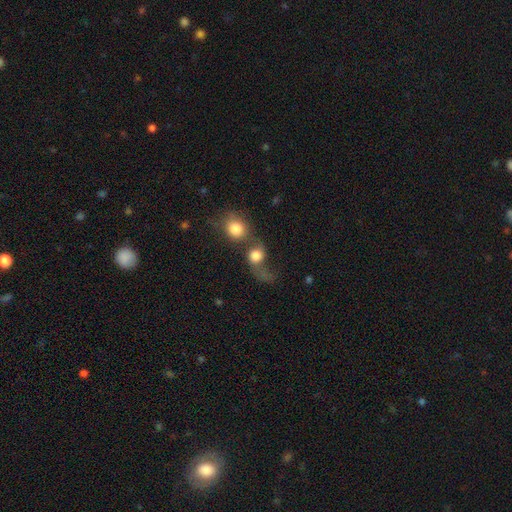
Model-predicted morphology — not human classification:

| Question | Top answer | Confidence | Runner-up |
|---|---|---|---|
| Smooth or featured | smooth | 64% | featured or disk (25%) |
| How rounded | round | 71% | in between (27%) |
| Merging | merger | 61% | none (16%) |